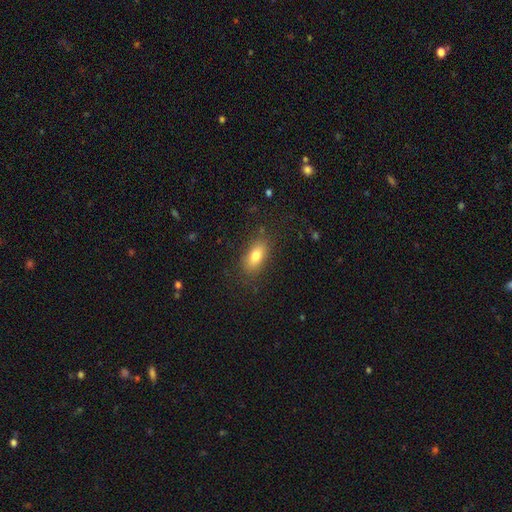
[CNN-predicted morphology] smooth 80%, featured or disk 12%, star or artifact 8%. Down the decision tree: how rounded — in between (85%); merging — none (82%).